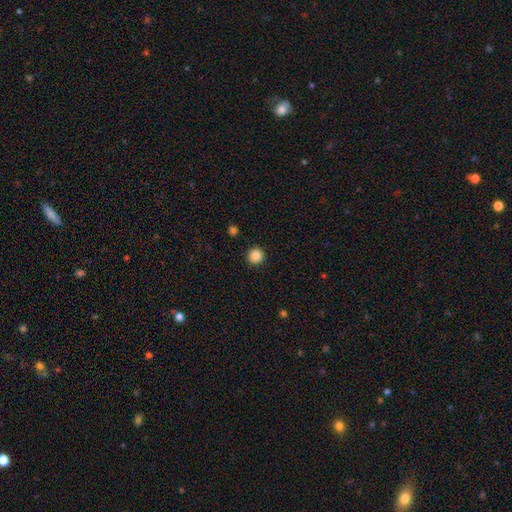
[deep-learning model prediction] A smooth galaxy with no disk features (87%) that is round (95%).

Vote fractions:
- Smooth or featured? smooth: 87% / star or artifact: 10% / featured or disk: 3%
- How rounded? round: 95% / in between: 4% / cigar-shaped: 1%
- Merging? none: 93% / minor disturbance: 4% / major disturbance: 2% / merger: 1%